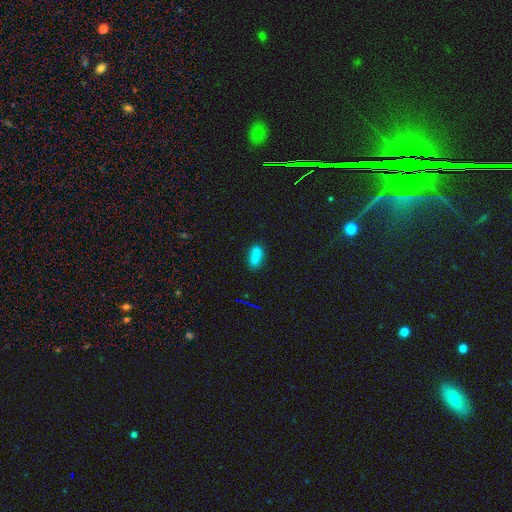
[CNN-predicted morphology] This appears to be a smooth galaxy with no disk features (83%) that is in between round and cigar-shaped (74%). Merging: none (80%).